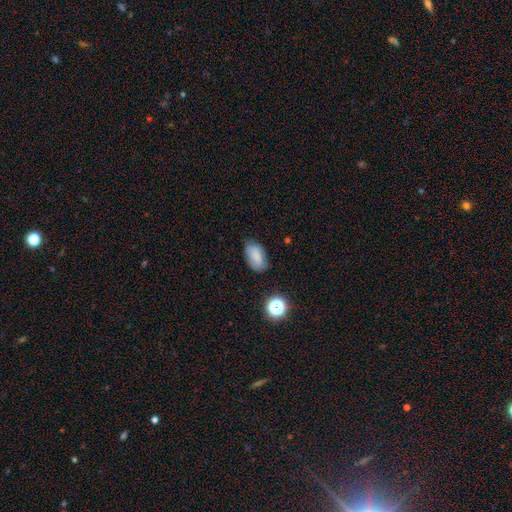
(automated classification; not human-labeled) This appears to be a smooth galaxy with no disk features (79%) that is in between round and cigar-shaped (91%). Merging: none (73%).